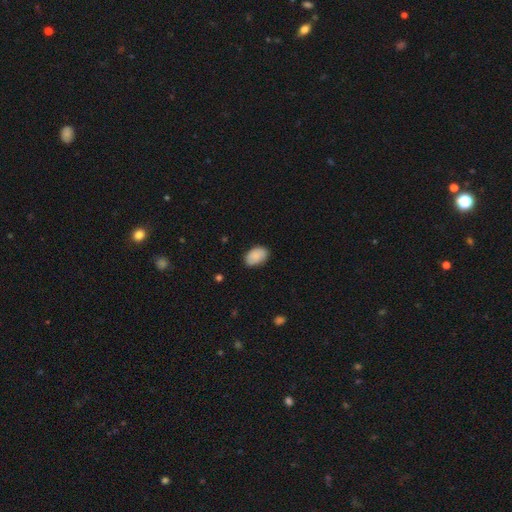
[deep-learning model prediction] Smooth or featured? Predicted: smooth (p=0.86). How rounded? Predicted: in between (p=0.89). Merging? Predicted: none (p=0.79).